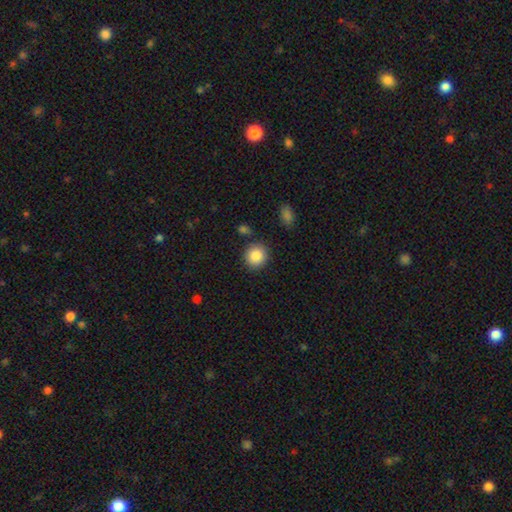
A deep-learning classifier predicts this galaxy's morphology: Smooth or featured? smooth (87%)
How rounded? round (89%)
Merging? none (86%)